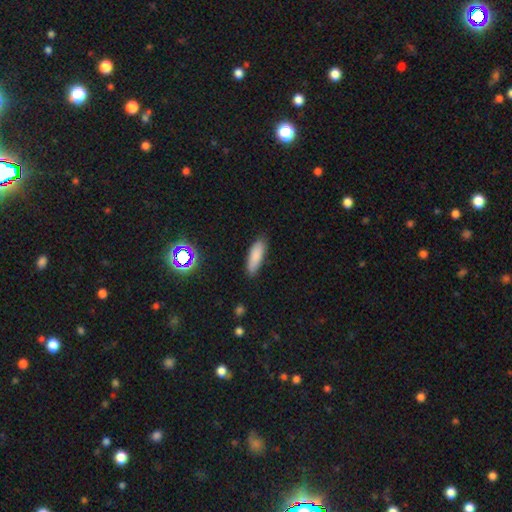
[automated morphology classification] Smooth or featured? Predicted: smooth (p=0.84). How rounded? Predicted: in between (p=0.56). Merging? Predicted: none (p=0.82).